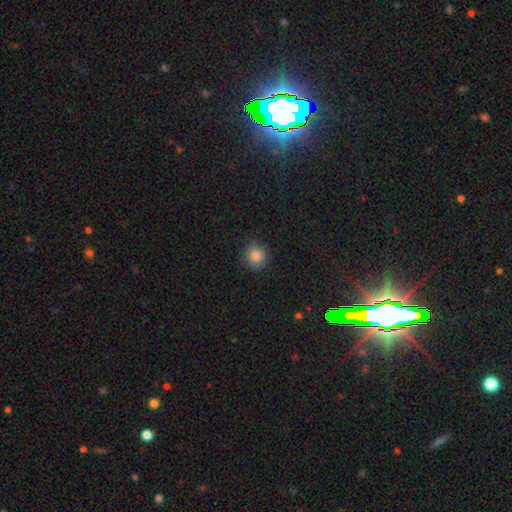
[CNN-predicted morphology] Overall: smooth (85%). How rounded: round (91%). Merging: none (87%).